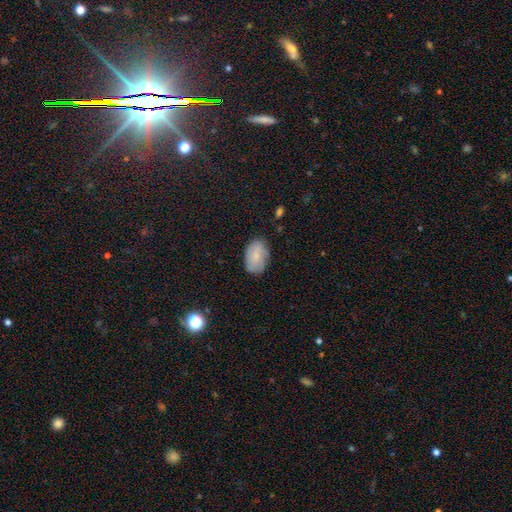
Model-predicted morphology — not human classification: This appears to be a smooth galaxy with no disk features (75%) that is in between round and cigar-shaped (90%). Merging: none (78%).